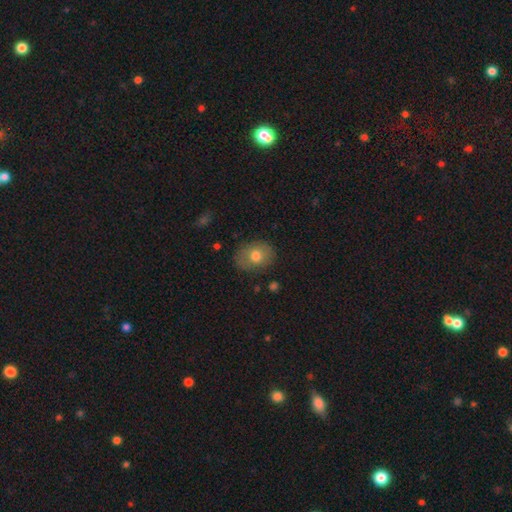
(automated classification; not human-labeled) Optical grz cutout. It shows a smooth galaxy with no disk features (73%) that is in between round and cigar-shaped (58%). Merging: none (81%).